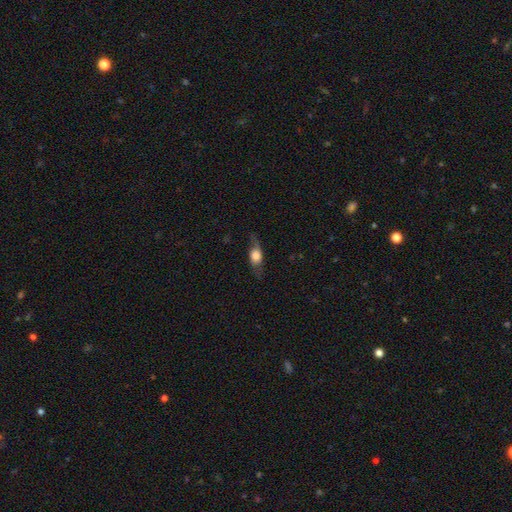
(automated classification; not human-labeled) smooth 52%, featured or disk 40%, star or artifact 8%. Down the decision tree: how rounded — in between (60%); merging — none (67%).